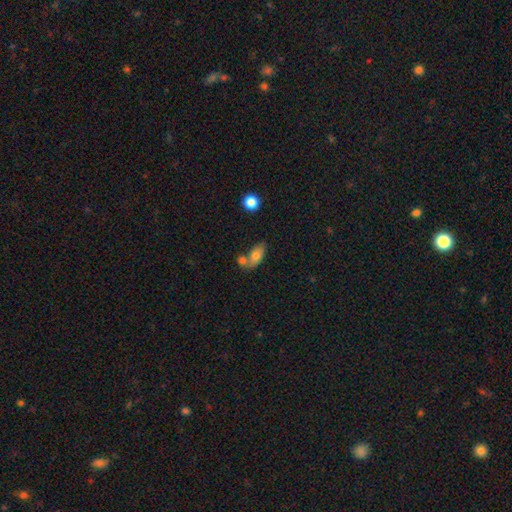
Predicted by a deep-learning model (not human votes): Morphology: type=smooth (73%); roundness=in between (86%); merging=none (45%).